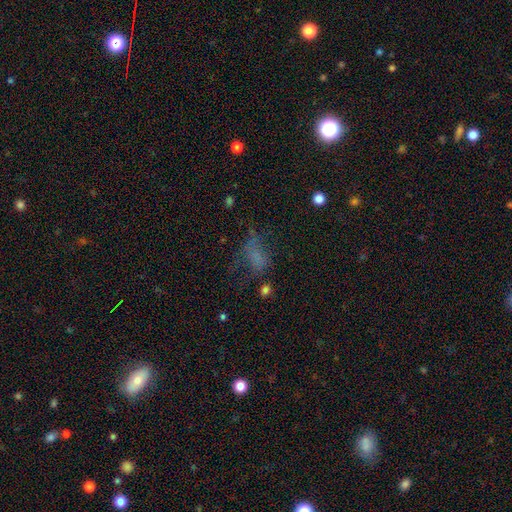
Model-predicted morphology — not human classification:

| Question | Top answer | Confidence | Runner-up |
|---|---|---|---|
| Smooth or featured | smooth | 49% | featured or disk (25%) |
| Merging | major disturbance | 38% | none (36%) |